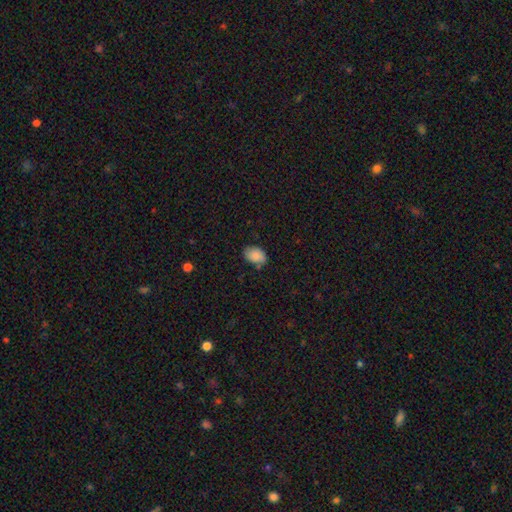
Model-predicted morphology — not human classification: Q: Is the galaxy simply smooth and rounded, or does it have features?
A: smooth — 86%.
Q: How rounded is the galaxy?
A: in between — 83%.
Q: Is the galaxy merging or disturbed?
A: none — 72%.